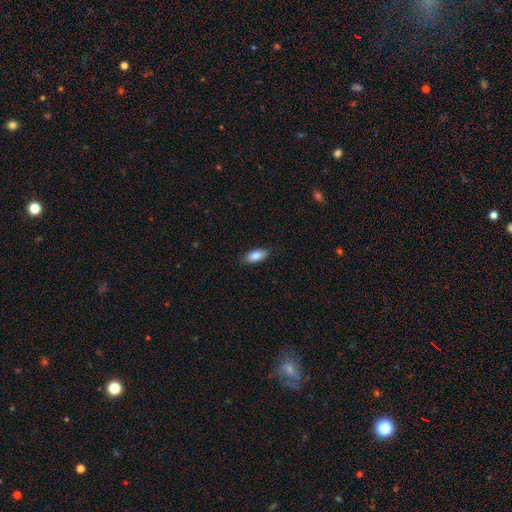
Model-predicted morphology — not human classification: This is clearly a smooth galaxy (86%). How rounded: clearly in between (87%). Merging: clearly none (87%).